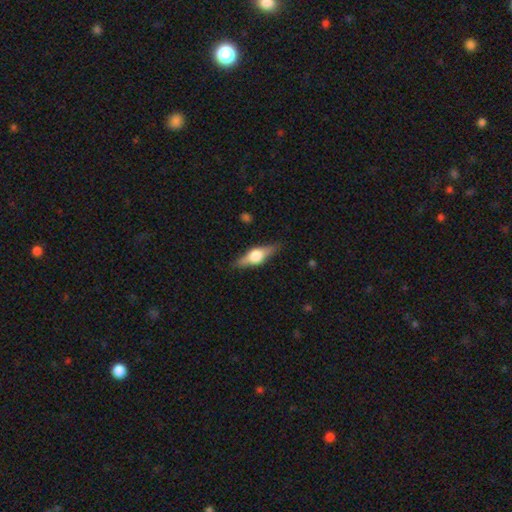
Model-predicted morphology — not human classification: The model was most divided on "smooth or featured": featured or disk: 65%, smooth: 29%, star or artifact: 6%. More confident: edge-on disk — yes (96%); edge-on bulge — rounded (93%); merging — none (86%).